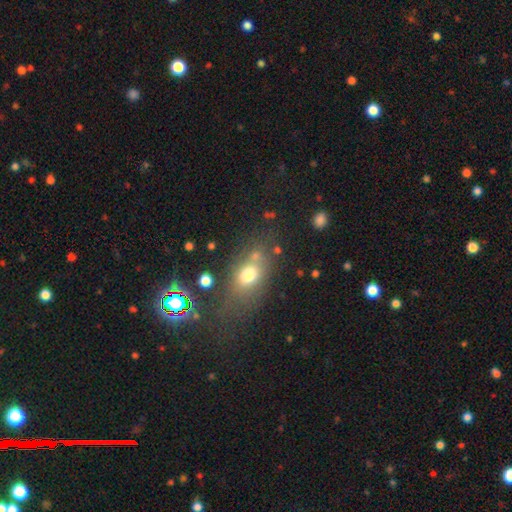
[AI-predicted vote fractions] Smooth or featured? Predicted: smooth (p=0.67). How rounded? Predicted: in between (p=0.61). Merging? Predicted: none (p=0.58).